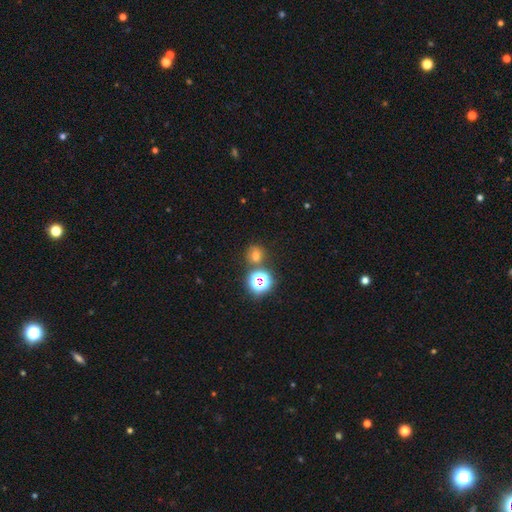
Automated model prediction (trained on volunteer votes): Overall: smooth (61%; star or artifact 31%). How rounded: round (79%). Merging: none (72%).